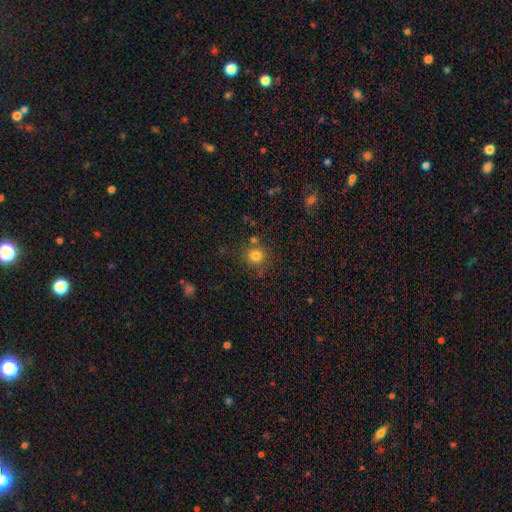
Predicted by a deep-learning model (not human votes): Morphology: type=smooth (80%); roundness=round (90%); merging=none (76%).